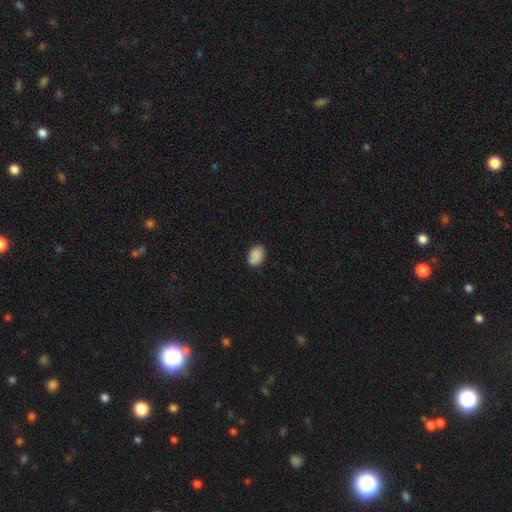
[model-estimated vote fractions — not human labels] smooth_or_featured: smooth (p=0.88) [alt: star or artifact p=0.08]
how_rounded: in between (p=0.77) [alt: round p=0.22]
merging: none (p=0.79) [alt: minor disturbance p=0.16]